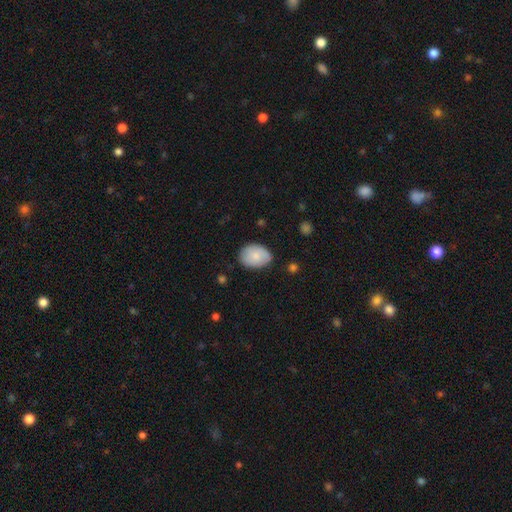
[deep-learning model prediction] This is likely a smooth galaxy (78%). How rounded: likely in between (75%). Merging: likely none (75%).